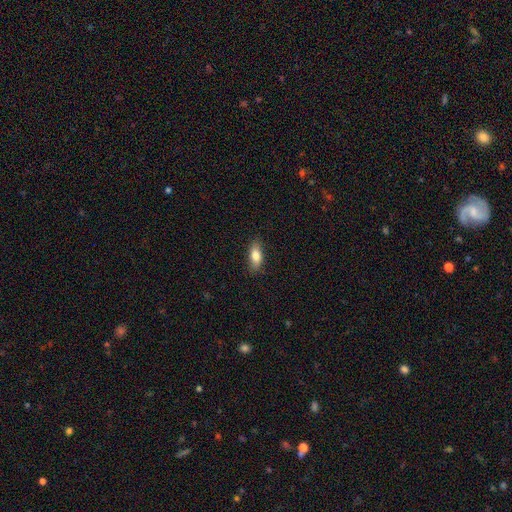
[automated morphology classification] Smooth or featured?
  - smooth: 79% *
  - featured or disk: 14%
  - star or artifact: 7%
How rounded?
  - in between: 78% *
  - cigar-shaped: 19%
  - round: 3%
Merging?
  - none: 84% *
  - minor disturbance: 13%
  - major disturbance: 2%
  - merger: 1%